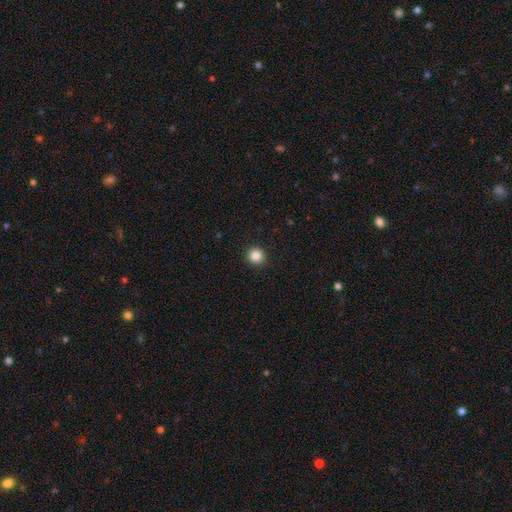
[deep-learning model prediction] smooth 85%, star or artifact 11%, featured or disk 4%. Down the decision tree: how rounded — round (93%); merging — none (93%).